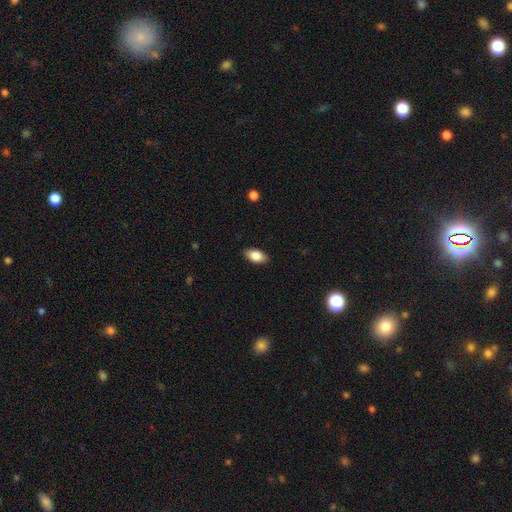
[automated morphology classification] Q: Smooth or featured?
A: smooth (83%); runner-up: featured or disk (10%)
Q: How rounded?
A: in between (92%); runner-up: round (5%)
Q: Merging?
A: none (87%); runner-up: minor disturbance (10%)